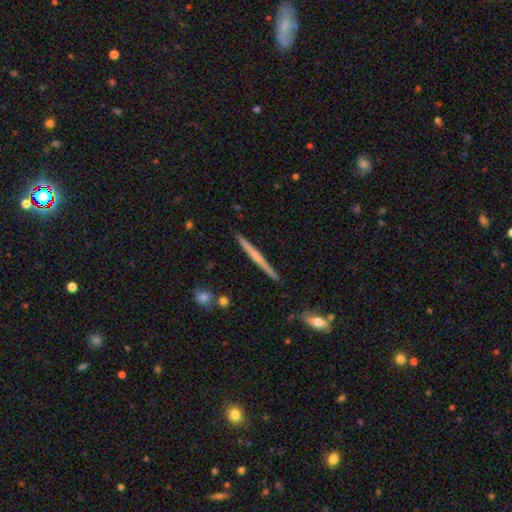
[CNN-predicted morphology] smooth-or-featured: featured or disk: 56% | smooth: 39% | star or artifact: 6%
  disk-edge-on: yes: 98% | no: 2%
    edge-on-bulge: none: 72% | rounded: 23% | boxy: 6%
  merging: none: 91% | minor disturbance: 7% | merger: 1% | major disturbance: 1%